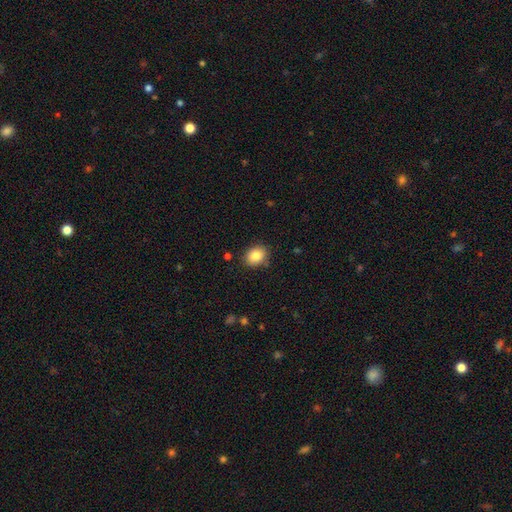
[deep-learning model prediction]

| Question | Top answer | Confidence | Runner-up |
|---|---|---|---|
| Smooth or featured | smooth | 85% | star or artifact (8%) |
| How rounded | in between | 58% | round (41%) |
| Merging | none | 85% | minor disturbance (10%) |